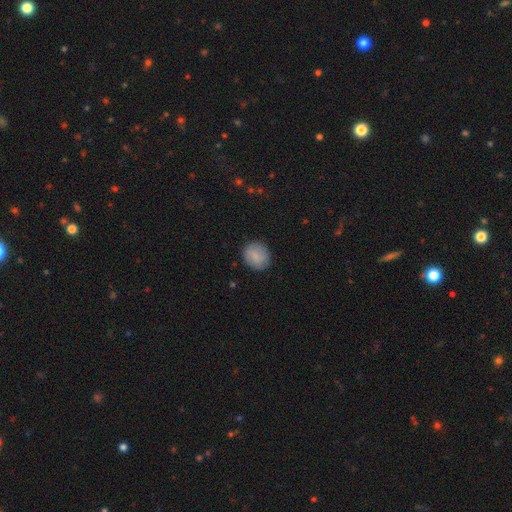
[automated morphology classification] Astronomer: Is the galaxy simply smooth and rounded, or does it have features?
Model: smooth — 81%.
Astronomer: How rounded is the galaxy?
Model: round — 75%.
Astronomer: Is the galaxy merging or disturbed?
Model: none — 84%.